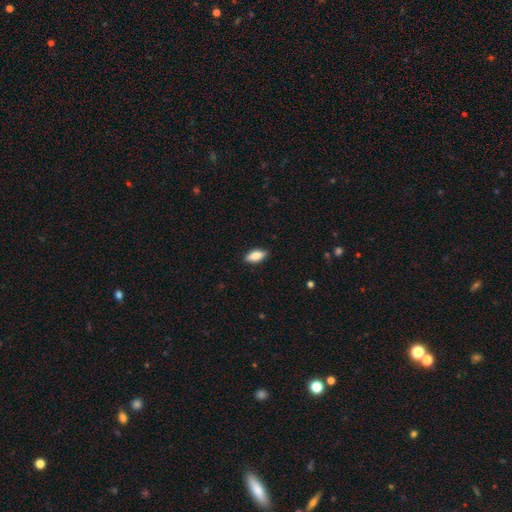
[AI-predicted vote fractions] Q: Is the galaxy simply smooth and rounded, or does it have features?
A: smooth — 75%.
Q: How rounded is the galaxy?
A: in between — 80%.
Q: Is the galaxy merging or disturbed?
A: none — 86%.